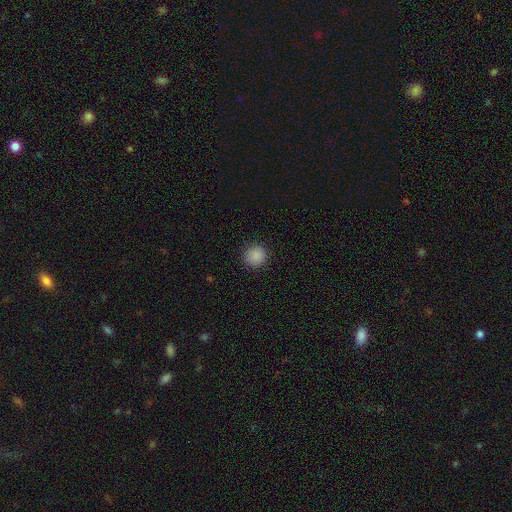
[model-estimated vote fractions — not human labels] A smooth galaxy with no disk features (88%) that is round (93%).

Vote fractions:
- Smooth or featured? smooth: 88% / star or artifact: 9% / featured or disk: 3%
- How rounded? round: 93% / in between: 6% / cigar-shaped: 1%
- Merging? none: 91% / minor disturbance: 6% / major disturbance: 2% / merger: 1%